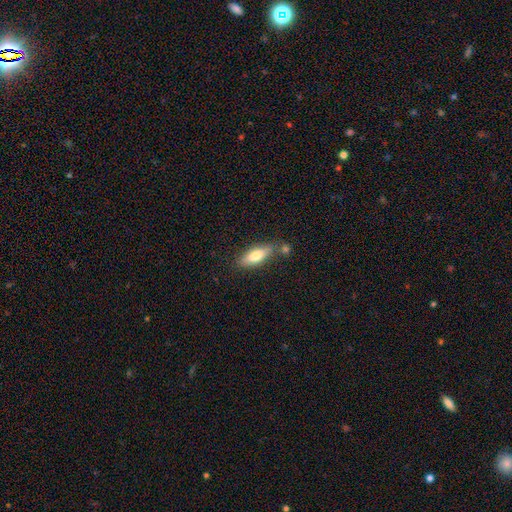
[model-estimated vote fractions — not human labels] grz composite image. It shows a smooth galaxy with no disk features (73%) that is in between round and cigar-shaped (63%). Merging: none (67%).